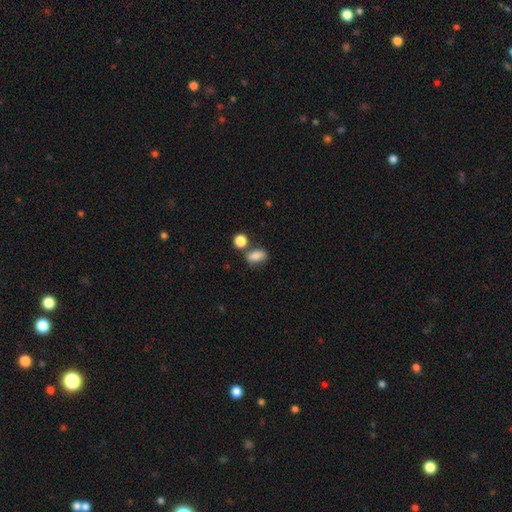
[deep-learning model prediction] A smooth galaxy with no disk features (83%) that is in between round and cigar-shaped (81%).

Vote fractions:
- Smooth or featured? smooth: 83% / star or artifact: 10% / featured or disk: 7%
- How rounded? in between: 81% / round: 15% / cigar-shaped: 4%
- Merging? none: 58% / merger: 21% / minor disturbance: 16% / major disturbance: 5%